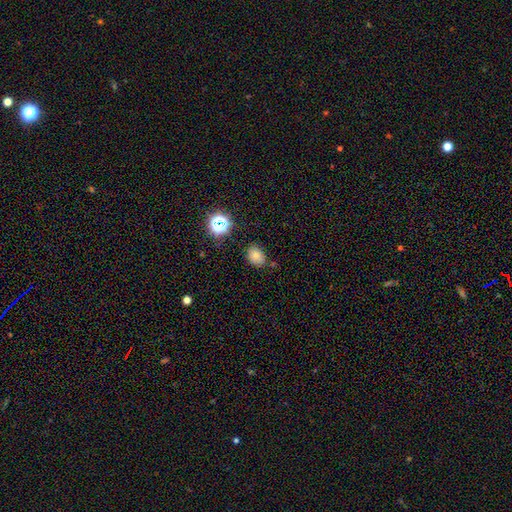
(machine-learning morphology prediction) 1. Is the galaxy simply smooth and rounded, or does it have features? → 74% smooth, 16% star or artifact, 10% featured or disk.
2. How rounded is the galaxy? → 61% in between, 38% round, 1% cigar-shaped.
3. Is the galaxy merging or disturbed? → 75% none, 17% minor disturbance, 4% merger, 4% major disturbance.